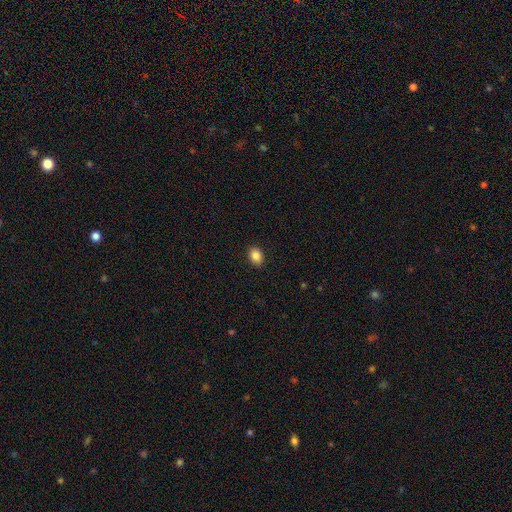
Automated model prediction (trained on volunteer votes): Smooth or featured? smooth (86%)
How rounded? in between (71%)
Merging? none (90%)